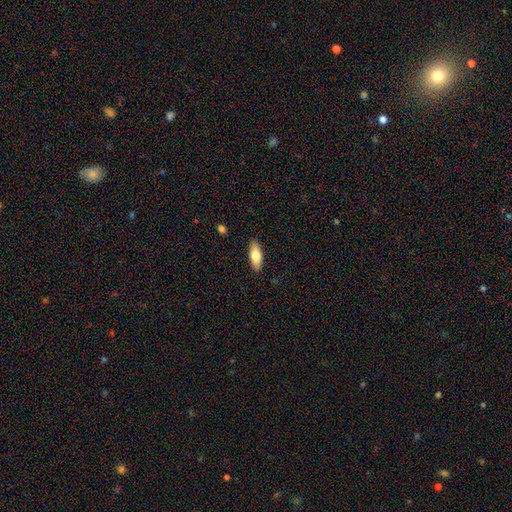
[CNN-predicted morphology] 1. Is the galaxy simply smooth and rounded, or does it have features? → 72% smooth, 22% featured or disk, 6% star or artifact.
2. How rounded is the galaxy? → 73% in between, 25% cigar-shaped, 2% round.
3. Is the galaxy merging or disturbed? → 89% none, 9% minor disturbance, 2% major disturbance, 1% merger.